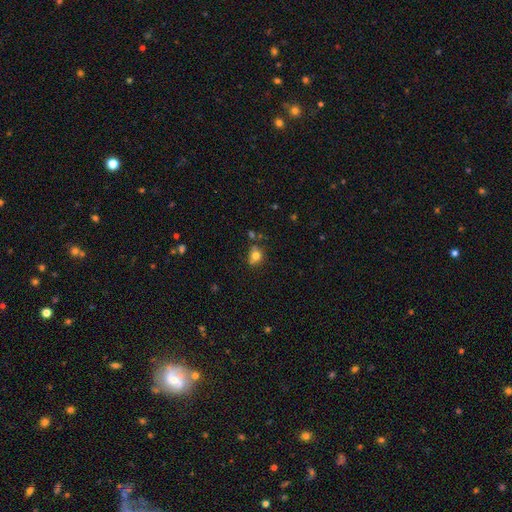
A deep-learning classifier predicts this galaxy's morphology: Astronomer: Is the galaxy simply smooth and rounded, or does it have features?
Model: smooth — 75%.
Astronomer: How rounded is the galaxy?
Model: round — 56% (runner-up: in between, 42%).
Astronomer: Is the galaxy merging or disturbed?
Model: none — 55%.